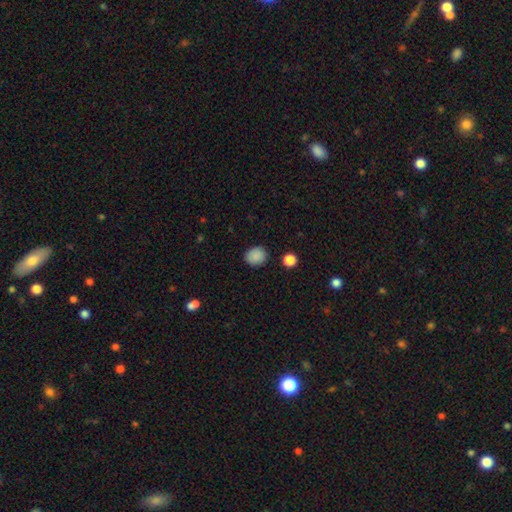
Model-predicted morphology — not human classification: Smooth or featured?
  - smooth: 87% *
  - star or artifact: 9%
  - featured or disk: 3%
How rounded?
  - round: 69% *
  - in between: 30%
  - cigar-shaped: 1%
Merging?
  - none: 86% *
  - minor disturbance: 10%
  - major disturbance: 2%
  - merger: 2%